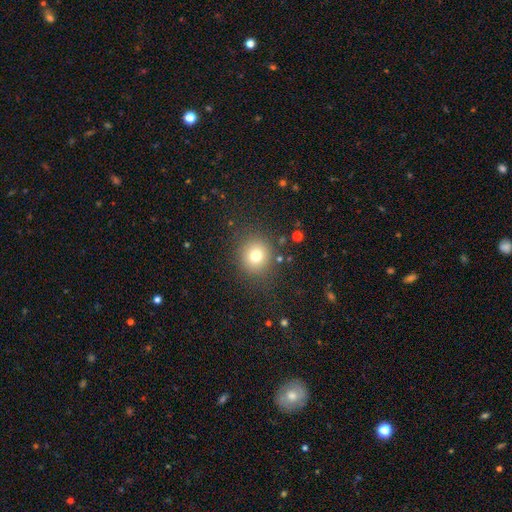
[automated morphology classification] smooth_or_featured: smooth (p=0.75) [alt: star or artifact p=0.15]
how_rounded: round (p=0.90) [alt: in between p=0.09]
merging: none (p=0.86) [alt: minor disturbance p=0.08]